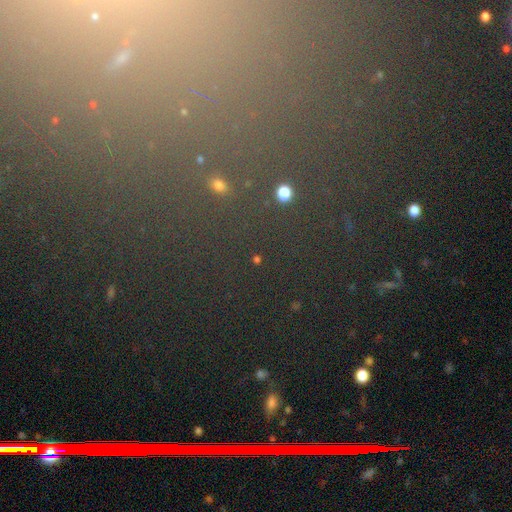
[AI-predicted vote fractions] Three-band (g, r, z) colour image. It shows a star or artifact, not a galaxy (76%).